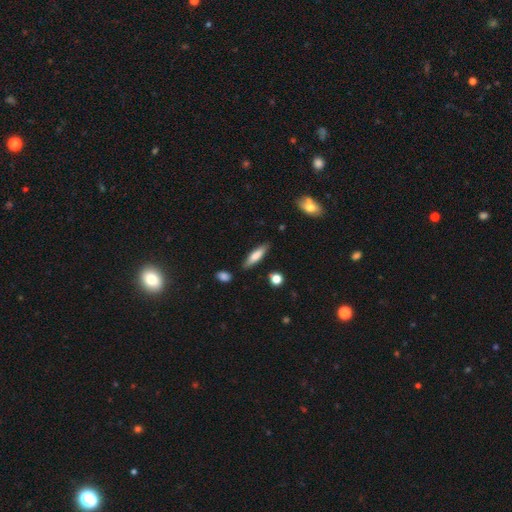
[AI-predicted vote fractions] Smooth or featured: smooth — 69% (featured or disk — 25%)
How rounded: cigar-shaped — 69% (in between — 29%)
Merging: none — 84% (minor disturbance — 11%)